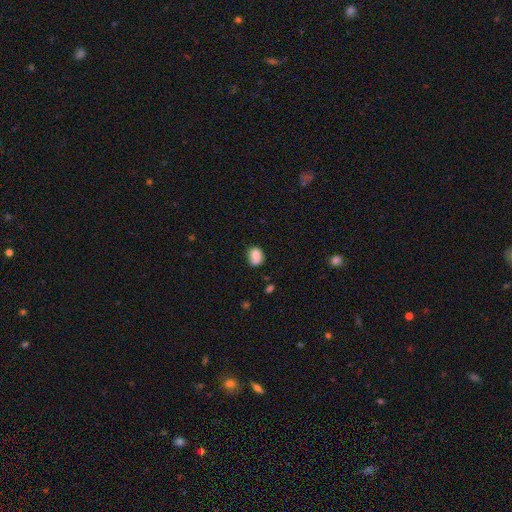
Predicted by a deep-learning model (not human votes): smooth_or_featured: smooth (p=0.78) [alt: featured or disk p=0.13]
how_rounded: in between (p=0.52) [alt: round p=0.47]
merging: none (p=0.51) [alt: minor disturbance p=0.28]